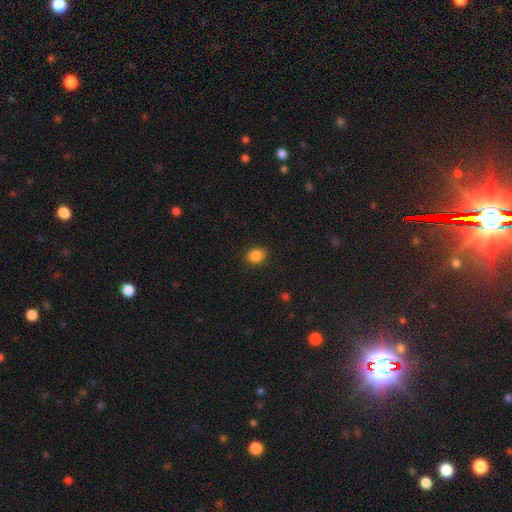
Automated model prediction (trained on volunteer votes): smooth 86%, star or artifact 10%, featured or disk 4%. Down the decision tree: how rounded — round (53%); merging — none (89%).